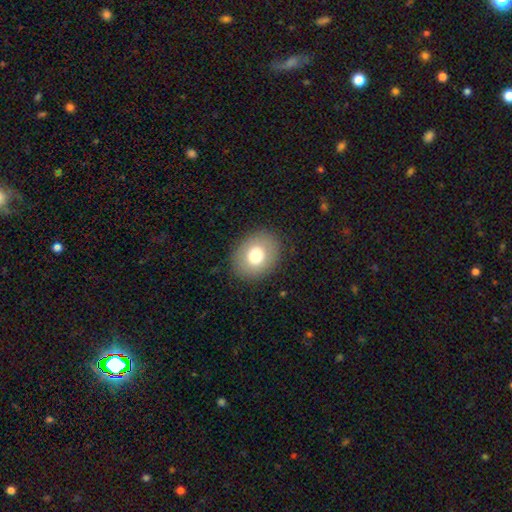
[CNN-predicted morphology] This appears to be a smooth galaxy with no disk features (74%) that is round (51%). Merging: none (87%).